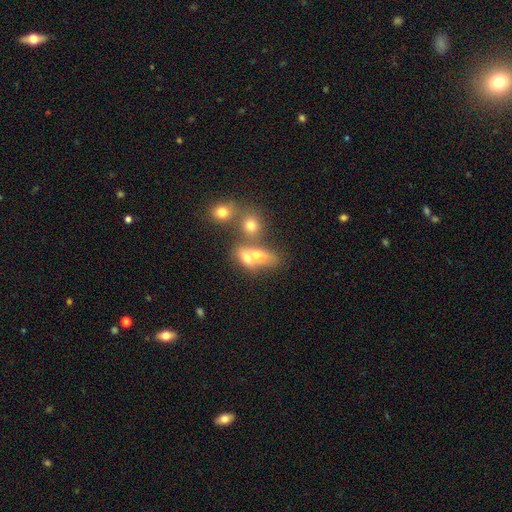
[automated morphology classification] Smooth or featured?
  - smooth: 62% *
  - featured or disk: 24%
  - star or artifact: 14%
How rounded?
  - in between: 61% *
  - round: 33%
  - cigar-shaped: 6%
Merging?
  - merger: 59% *
  - none: 27%
  - minor disturbance: 8%
  - major disturbance: 6%